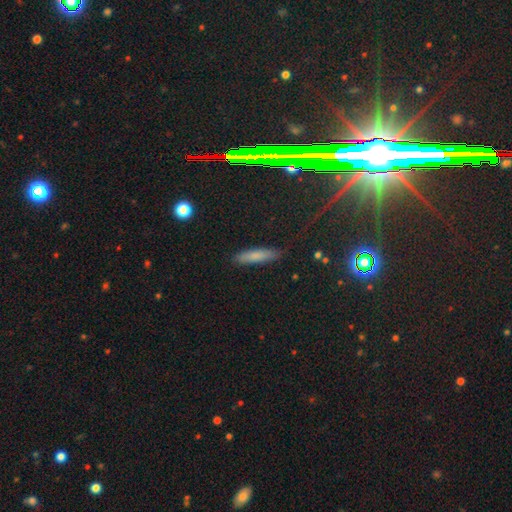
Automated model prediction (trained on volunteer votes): Q: Smooth or featured?
A: smooth (77%); runner-up: featured or disk (12%)
Q: How rounded?
A: cigar-shaped (76%); runner-up: in between (22%)
Q: Merging?
A: none (87%); runner-up: minor disturbance (10%)